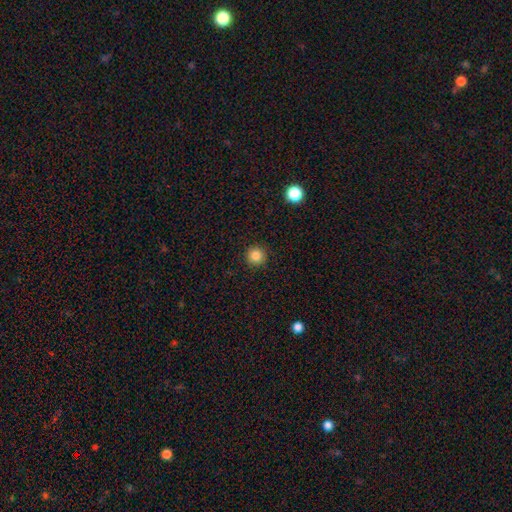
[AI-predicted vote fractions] Smooth or featured? Predicted: smooth (p=0.85). How rounded? Predicted: round (p=0.96). Merging? Predicted: none (p=0.92).